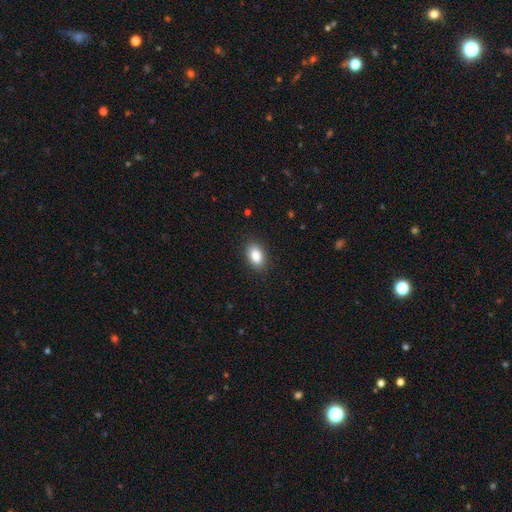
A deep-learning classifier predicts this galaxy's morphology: Q: Smooth or featured?
A: smooth (87%); runner-up: star or artifact (7%)
Q: How rounded?
A: in between (90%); runner-up: round (8%)
Q: Merging?
A: none (87%); runner-up: minor disturbance (9%)